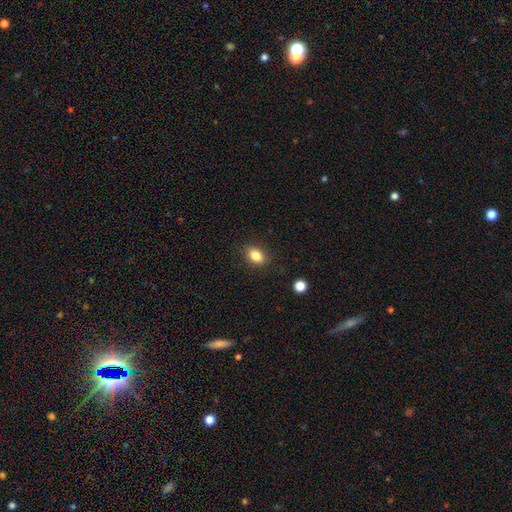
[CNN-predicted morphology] Smooth or featured?
  - smooth: 84% *
  - star or artifact: 10%
  - featured or disk: 6%
How rounded?
  - in between: 80% *
  - round: 18%
  - cigar-shaped: 2%
Merging?
  - none: 87% *
  - minor disturbance: 9%
  - major disturbance: 2%
  - merger: 1%